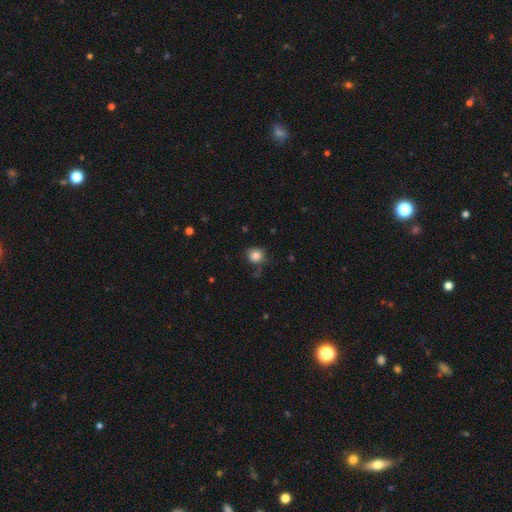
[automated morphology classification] smooth-or-featured: smooth: 83% | star or artifact: 11% | featured or disk: 6%
  how-rounded: round: 84% | in between: 15% | cigar-shaped: 1%
  merging: none: 77% | minor disturbance: 16% | major disturbance: 4% | merger: 3%